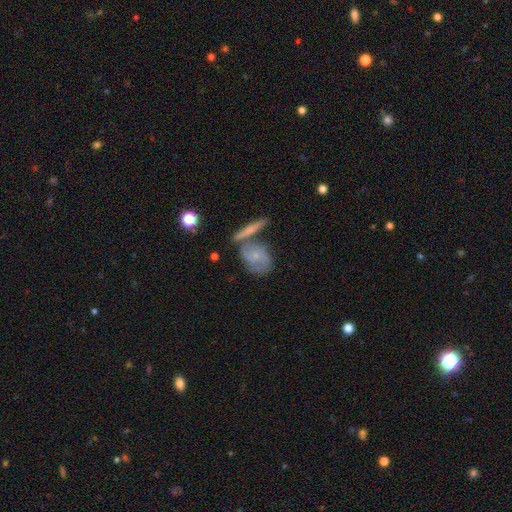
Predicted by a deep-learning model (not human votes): Smooth or featured: featured or disk — 59% (smooth — 33%)
Edge-on disk: no — 88% (yes — 12%)
Bar: no — 73% (weak — 21%)
Spiral arms: yes — 74% (no — 26%)
Bulge size: small — 74% (moderate — 19%)
Merging: none — 47% (merger — 25%)